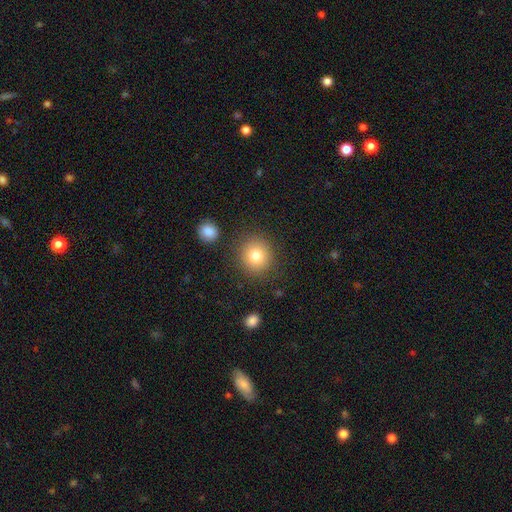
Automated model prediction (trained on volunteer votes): This appears to be a smooth galaxy with no disk features (81%) that is round (86%). Merging: none (84%).